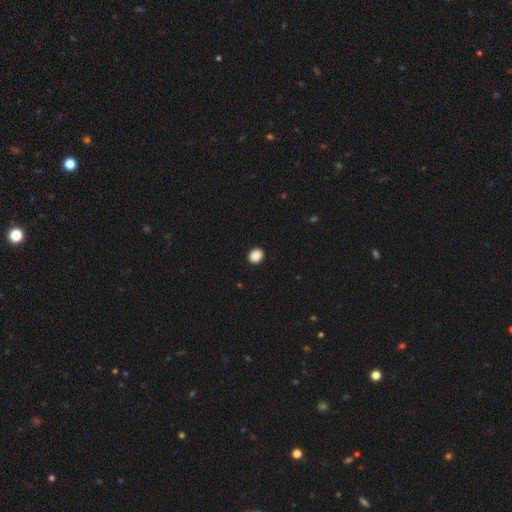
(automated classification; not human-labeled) Q: Smooth or featured?
A: smooth (89%); runner-up: star or artifact (9%)
Q: How rounded?
A: round (73%); runner-up: in between (26%)
Q: Merging?
A: none (93%); runner-up: minor disturbance (5%)